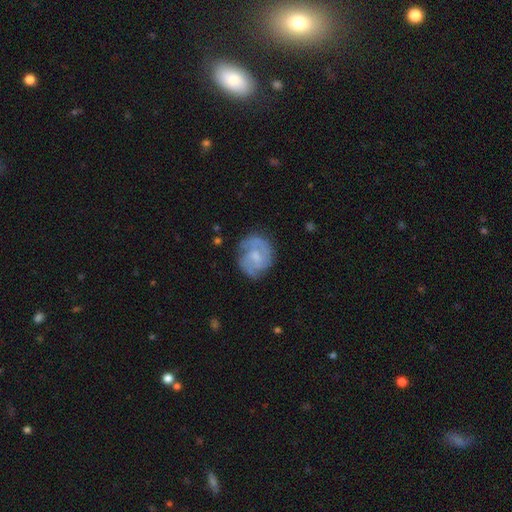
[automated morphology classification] Smooth or featured?
  - featured or disk: 73% *
  - smooth: 21%
  - star or artifact: 6%
Edge-on disk?
  - no: 98% *
  - yes: 2%
Bar?
  - no: 48% *
  - weak: 45%
  - strong: 7%
Spiral arms?
  - yes: 91% *
  - no: 9%
Spiral winding?
  - tight: 46% *
  - medium: 41%
  - loose: 13%
Spiral arm count?
  - 2: 54% *
  - can't tell: 20%
  - 3: 16%
  - 1: 5%
  - 4: 3%
  - more than 4: 3%
Bulge size?
  - small: 42% *
  - moderate: 38%
  - none: 16%
  - large: 3%
  - dominant: 1%
Merging?
  - none: 72% *
  - minor disturbance: 19%
  - major disturbance: 8%
  - merger: 2%